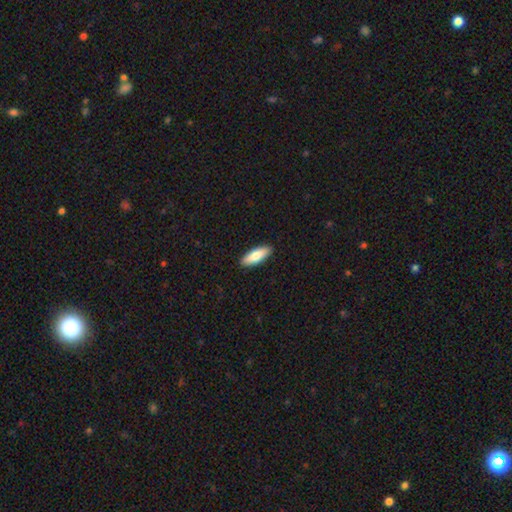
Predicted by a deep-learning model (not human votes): smooth 78%, featured or disk 16%, star or artifact 5%. Down the decision tree: how rounded — in between (61%); merging — none (91%).